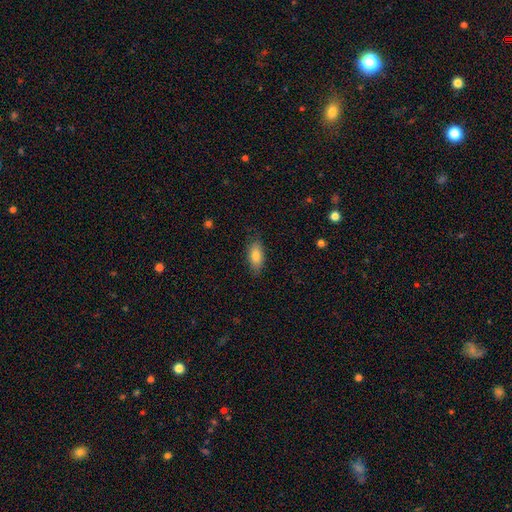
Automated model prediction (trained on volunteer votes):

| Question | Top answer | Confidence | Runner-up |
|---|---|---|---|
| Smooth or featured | smooth | 80% | featured or disk (13%) |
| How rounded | in between | 86% | cigar-shaped (10%) |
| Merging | none | 81% | minor disturbance (15%) |